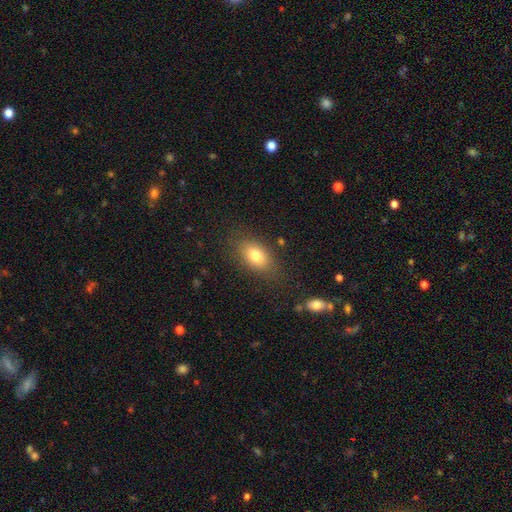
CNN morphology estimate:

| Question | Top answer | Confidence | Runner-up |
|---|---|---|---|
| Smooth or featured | smooth | 79% | featured or disk (12%) |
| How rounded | in between | 85% | round (12%) |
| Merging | none | 81% | minor disturbance (13%) |